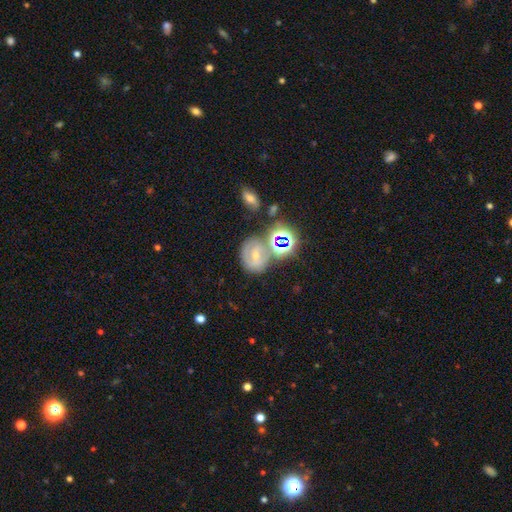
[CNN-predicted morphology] featured or disk 53%, smooth 26%, star or artifact 21%. Down the decision tree: edge-on disk — no (96%); bar — no (41%); spiral arms — yes (81%); bulge size — small (55%); merging — none (59%).